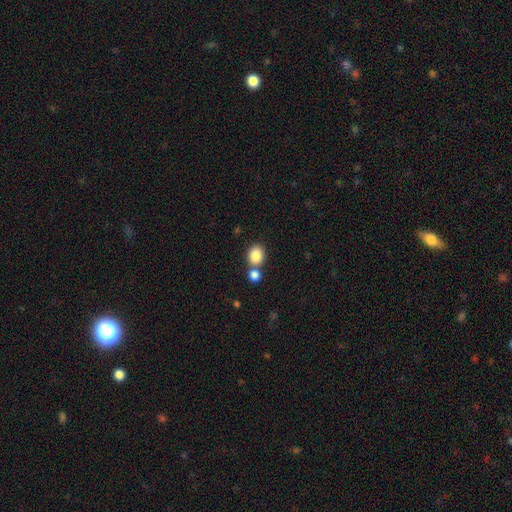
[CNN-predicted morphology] The model was most divided on "how rounded": round: 59%, in between: 39%, cigar-shaped: 1%. More confident: smooth or featured — smooth (85%); merging — none (57%).